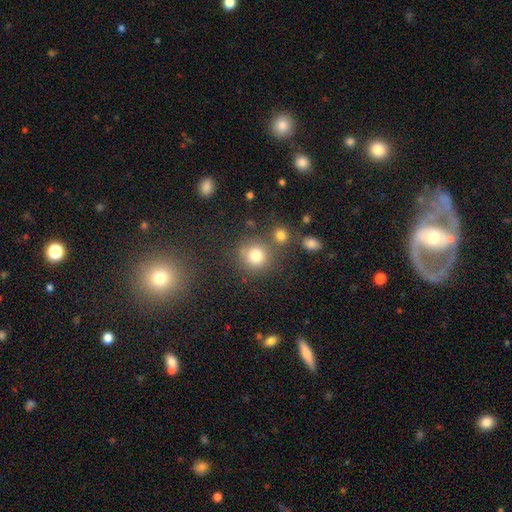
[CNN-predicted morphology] smooth-or-featured: smooth: 78% | star or artifact: 14% | featured or disk: 8%
  how-rounded: round: 90% | in between: 9% | cigar-shaped: 1%
  merging: none: 69% | merger: 15% | minor disturbance: 11% | major disturbance: 5%